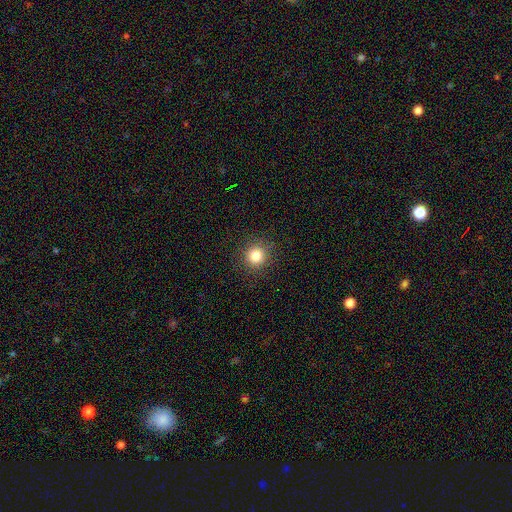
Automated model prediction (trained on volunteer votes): Morphology: type=smooth (83%); roundness=round (93%); merging=none (91%).